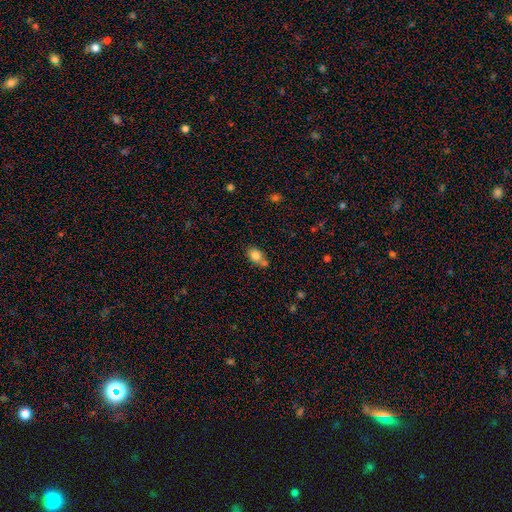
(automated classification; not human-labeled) Smooth or featured: smooth — 82% (star or artifact — 10%)
How rounded: in between — 58% (round — 41%)
Merging: none — 49% (merger — 32%)